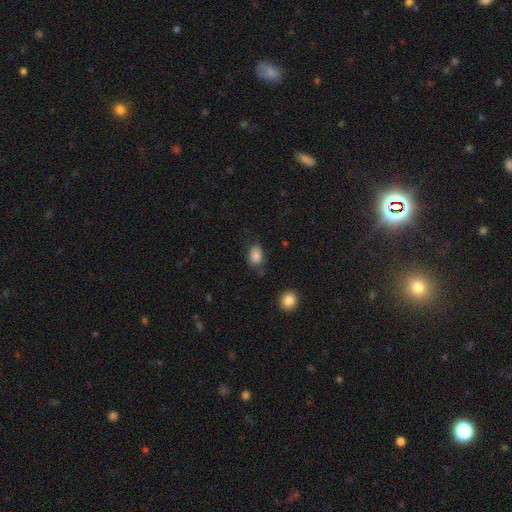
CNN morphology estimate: A smooth galaxy with no disk features (85%) that is in between round and cigar-shaped (79%). Merging: none (68%).